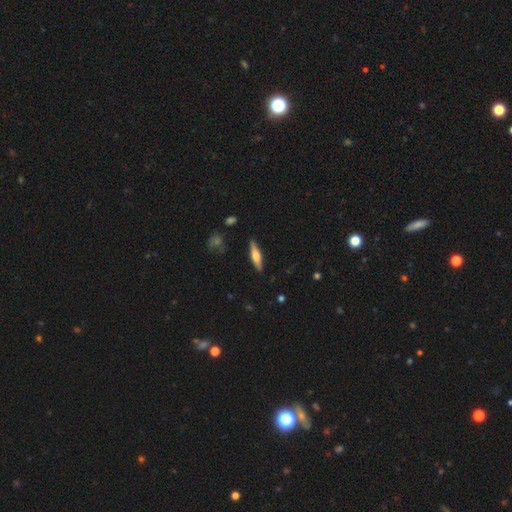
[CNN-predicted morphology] Overall: featured or disk (48%; smooth 46%). Merging: none (88%).